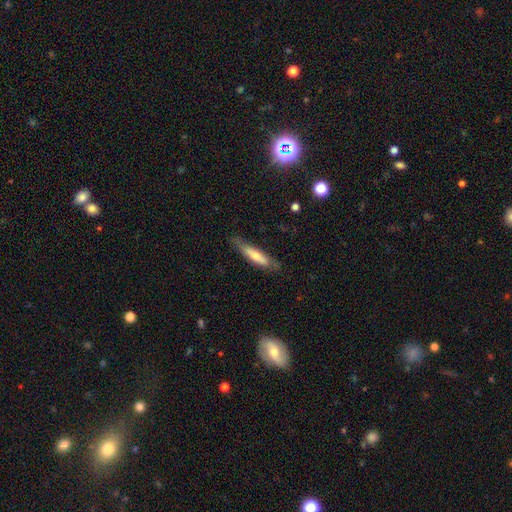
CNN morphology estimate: type=smooth (55%); roundness=cigar-shaped (80%); merging=none (75%).